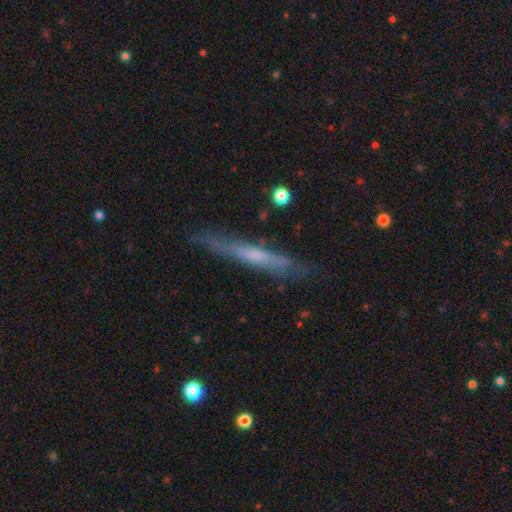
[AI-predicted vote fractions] This appears to be a featured or disk galaxy (53%) viewed edge-on (89%). Merging: none (76%).